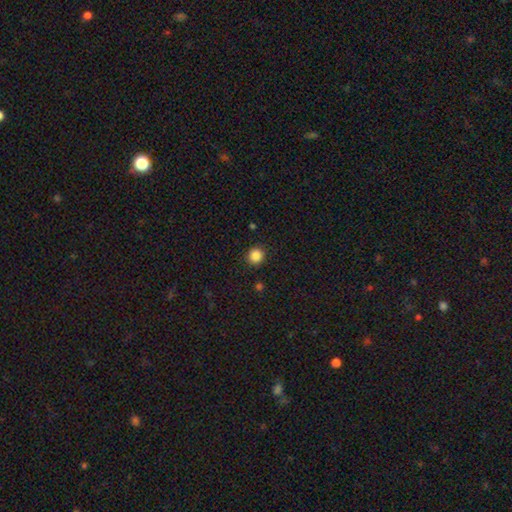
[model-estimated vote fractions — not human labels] A smooth galaxy with no disk features (85%) that is round (92%). Merging: none (91%).